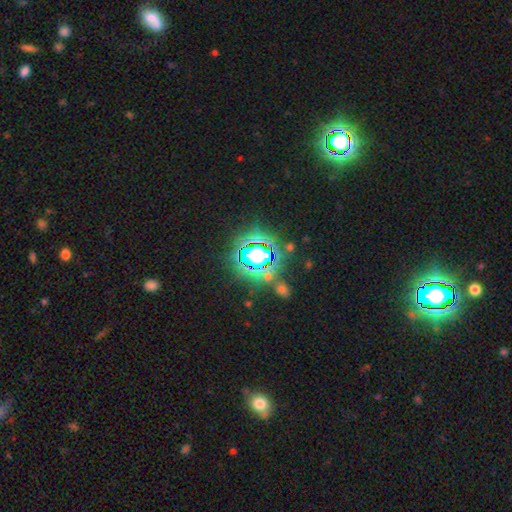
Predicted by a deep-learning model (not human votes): A star or artifact, not a galaxy (67%).

Vote fractions:
- Smooth or featured? star or artifact: 67% / smooth: 22% / featured or disk: 11%